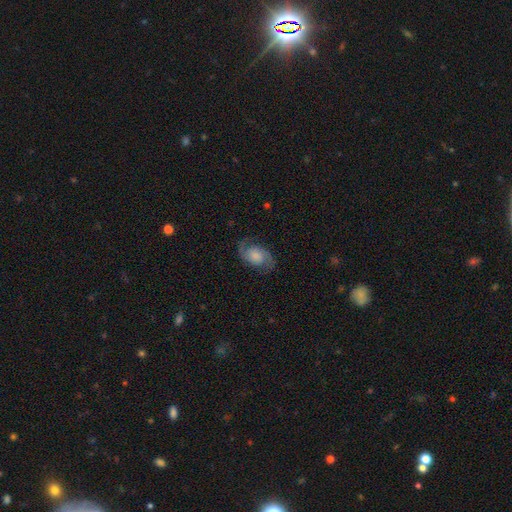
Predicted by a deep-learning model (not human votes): Smooth or featured? featured or disk (75%)
Edge-on disk? no (97%)
Bar? no (68%)
Spiral arms? yes (95%)
Spiral winding? medium (50%)
Spiral arm count? 2 (92%)
Bulge size? moderate (29%)
Merging? none (77%)